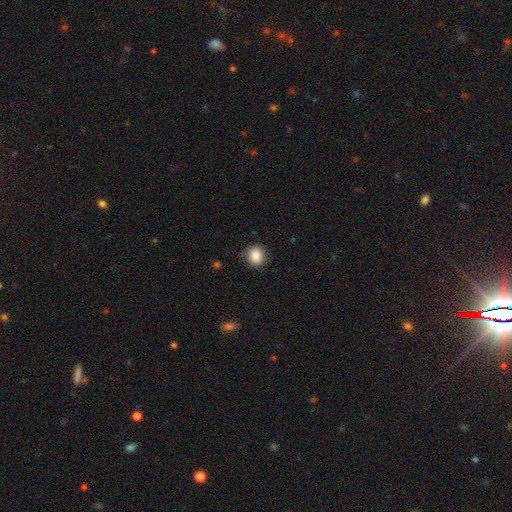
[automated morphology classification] Smooth or featured: smooth — 87% (star or artifact — 9%)
How rounded: round — 78% (in between — 21%)
Merging: none — 82% (minor disturbance — 14%)